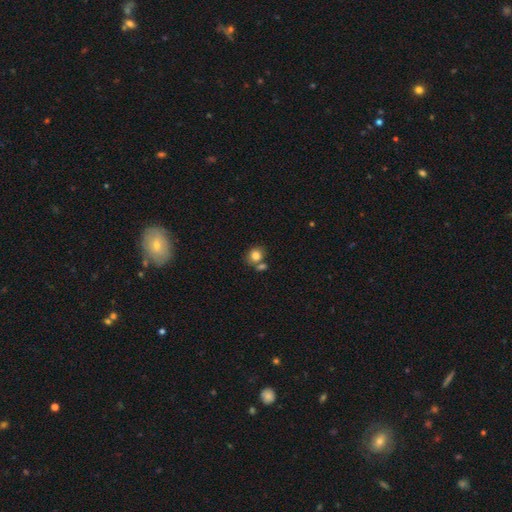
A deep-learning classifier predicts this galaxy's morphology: This appears to be a smooth galaxy with no disk features (83%) that is round (73%). Merging: none (57%).